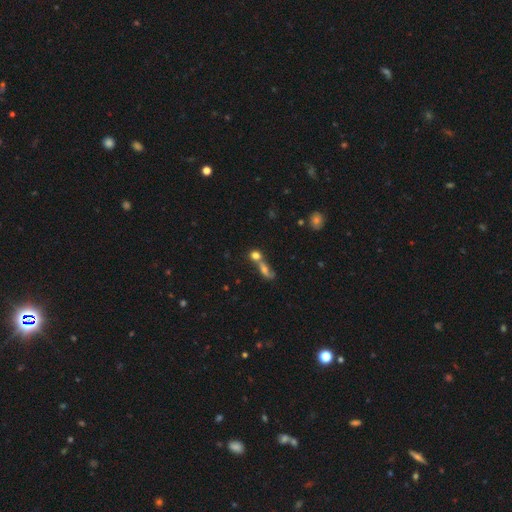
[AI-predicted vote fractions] Overall: smooth (68%). How rounded: round (58%; in between 30%). Merging: merger (49%; none 36%).